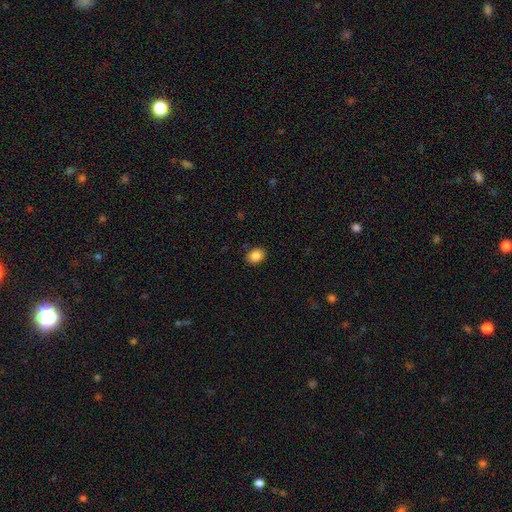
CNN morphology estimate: A smooth galaxy with no disk features (87%) that is in between round and cigar-shaped (59%). Merging: none (89%).